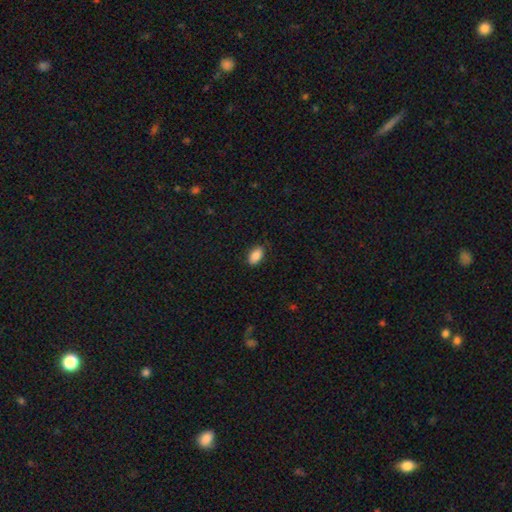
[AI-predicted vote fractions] smooth_or_featured: smooth (p=0.88) [alt: star or artifact p=0.07]
how_rounded: in between (p=0.92) [alt: round p=0.05]
merging: none (p=0.86) [alt: minor disturbance p=0.11]